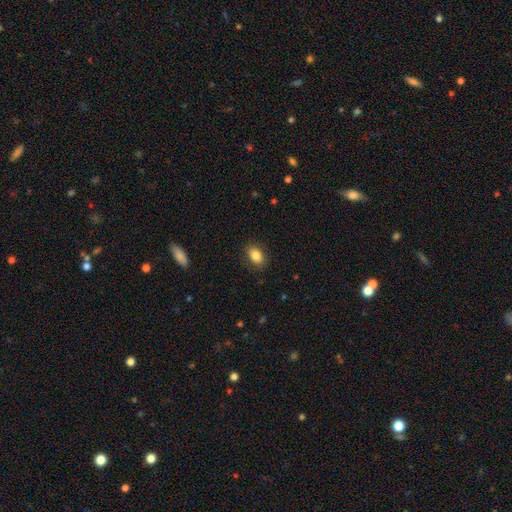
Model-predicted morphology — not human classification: Overall: smooth (85%). How rounded: in between (86%). Merging: none (86%).